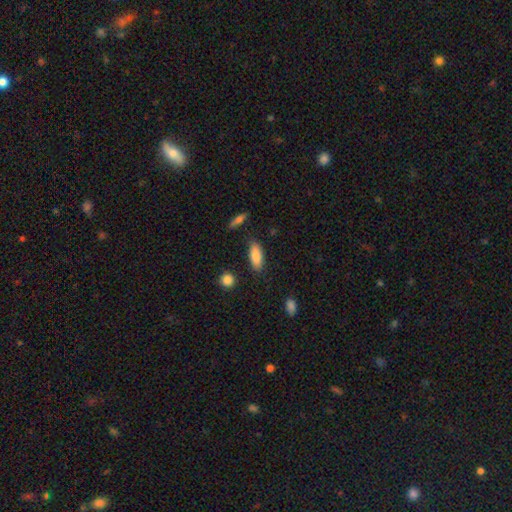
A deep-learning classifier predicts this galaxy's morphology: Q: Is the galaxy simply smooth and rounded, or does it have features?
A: smooth — 83%.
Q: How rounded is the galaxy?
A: in between — 70%.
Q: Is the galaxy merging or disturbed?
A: none — 83%.